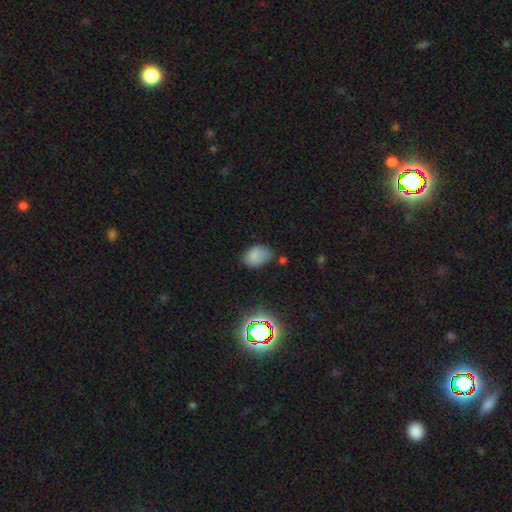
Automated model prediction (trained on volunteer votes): This is likely a smooth galaxy (77%). How rounded: clearly in between (83%). Merging: likely none (61%).